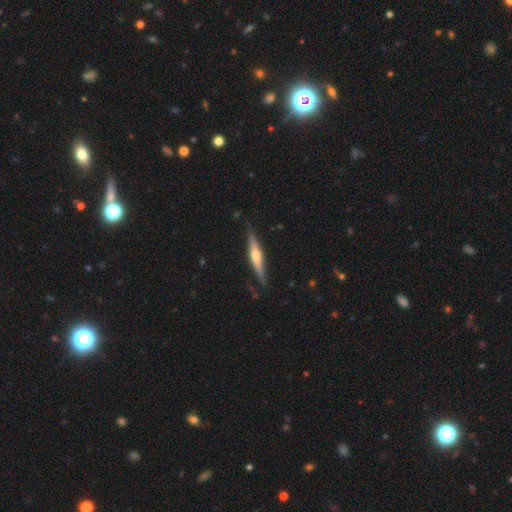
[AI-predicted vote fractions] Smooth or featured?
  - featured or disk: 65% *
  - smooth: 29%
  - star or artifact: 6%
Edge-on disk?
  - yes: 96% *
  - no: 4%
Edge-on bulge?
  - rounded: 80% *
  - boxy: 11%
  - none: 10%
Merging?
  - none: 85% *
  - minor disturbance: 11%
  - major disturbance: 2%
  - merger: 1%